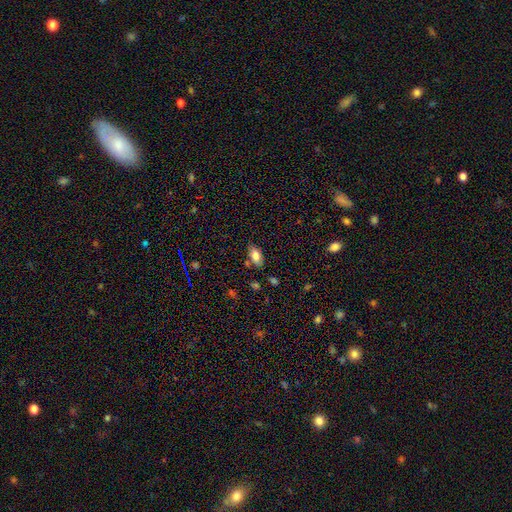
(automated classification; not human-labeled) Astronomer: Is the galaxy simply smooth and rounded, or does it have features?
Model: smooth — 77%.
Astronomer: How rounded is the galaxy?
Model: in between — 91%.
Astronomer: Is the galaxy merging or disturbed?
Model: none — 78%.